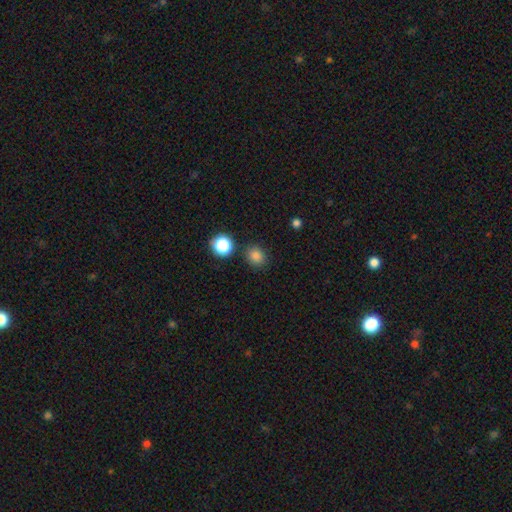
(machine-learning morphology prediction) Smooth or featured? smooth (82%)
How rounded? round (79%)
Merging? none (85%)